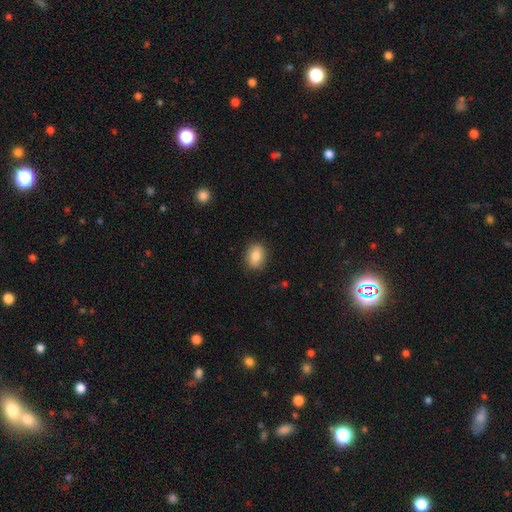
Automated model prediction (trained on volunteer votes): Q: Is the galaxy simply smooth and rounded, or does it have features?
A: smooth — 84%.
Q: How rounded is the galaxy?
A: in between — 67%.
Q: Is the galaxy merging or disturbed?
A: none — 86%.